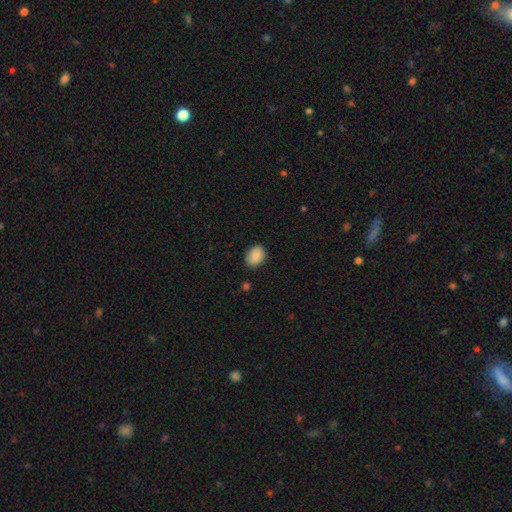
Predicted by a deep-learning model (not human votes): The model was most divided on "how rounded": in between: 56%, round: 43%, cigar-shaped: 1%. More confident: smooth or featured — smooth (85%); merging — none (84%).